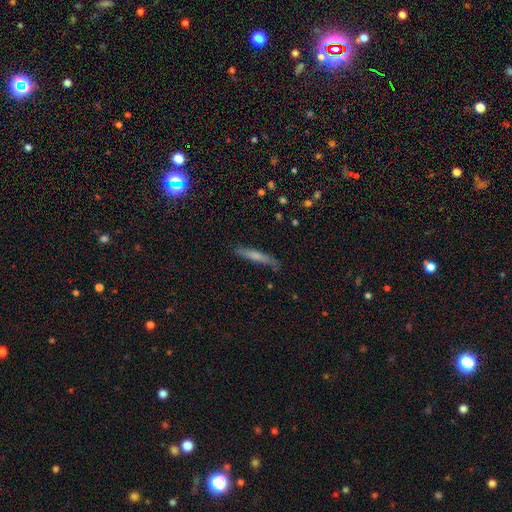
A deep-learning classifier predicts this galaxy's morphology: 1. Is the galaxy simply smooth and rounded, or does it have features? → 61% smooth, 33% featured or disk, 7% star or artifact.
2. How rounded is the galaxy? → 93% cigar-shaped, 5% in between, 1% round.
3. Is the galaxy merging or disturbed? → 80% none, 15% minor disturbance, 3% major disturbance, 2% merger.